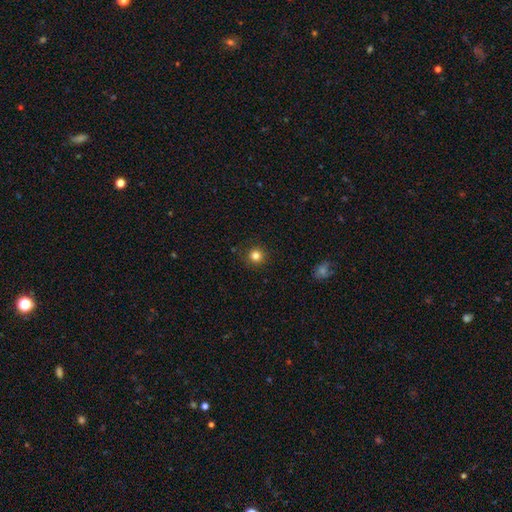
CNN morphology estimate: type=smooth (82%); roundness=round (94%); merging=none (90%).